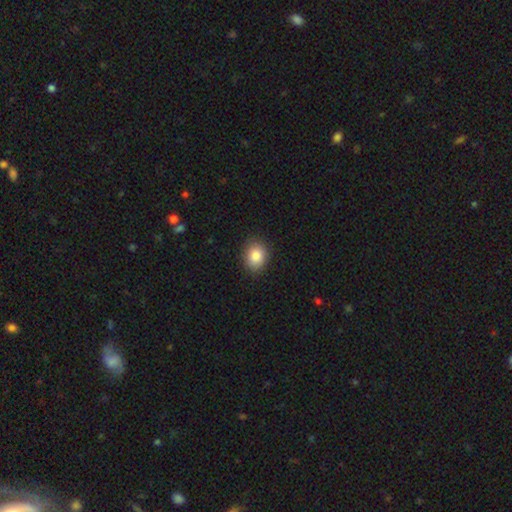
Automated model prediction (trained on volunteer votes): smooth_or_featured: smooth (p=0.85) [alt: star or artifact p=0.09]
how_rounded: round (p=0.51) [alt: in between p=0.48]
merging: none (p=0.88) [alt: minor disturbance p=0.09]